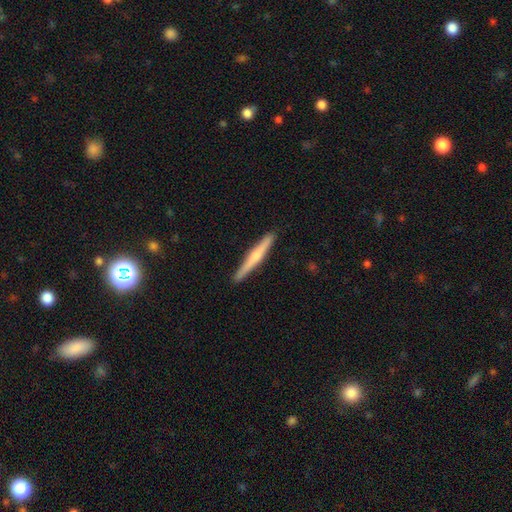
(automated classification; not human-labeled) This is possibly a featured or disk galaxy (53%). It is clearly viewed edge-on (98%). Edge-on bulge: likely rounded (68%). Merging: clearly none (91%).